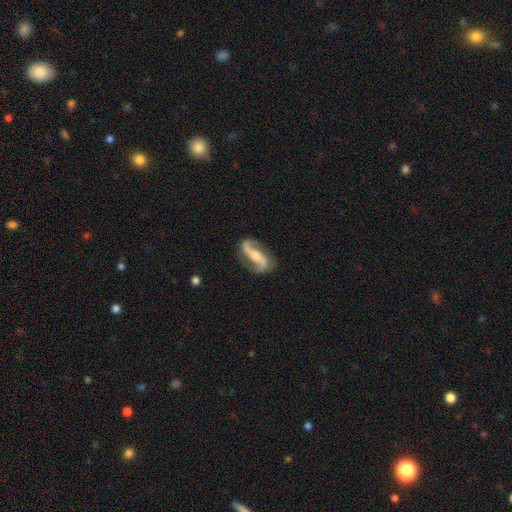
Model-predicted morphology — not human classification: smooth-or-featured: featured or disk: 88% | smooth: 8% | star or artifact: 5%
  disk-edge-on: no: 95% | yes: 5%
    bar: strong: 35% | no: 34% | weak: 31%
    has-spiral-arms: yes: 97% | no: 3%
      spiral-winding: loose: 61% | medium: 30% | tight: 9%
      spiral-arm-count: 2: 93% | can't tell: 2% | 1: 2% | 3: 1% | 4: 1% | more than 4: 1%
    bulge-size: moderate: 50% | small: 40% | large: 5% | none: 4% | dominant: 1%
  merging: none: 81% | minor disturbance: 13% | major disturbance: 5% | merger: 2%